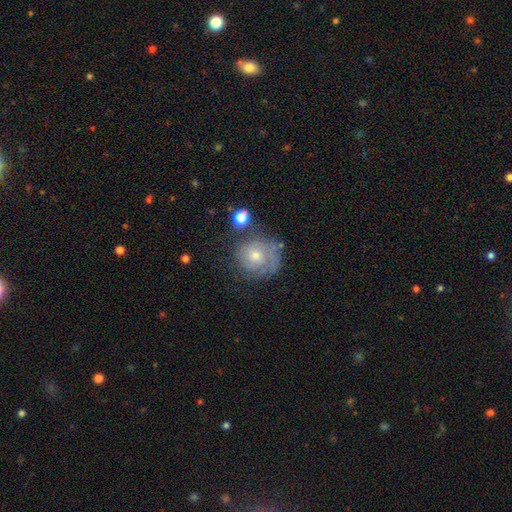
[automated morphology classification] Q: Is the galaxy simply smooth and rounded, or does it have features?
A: featured or disk — 64%.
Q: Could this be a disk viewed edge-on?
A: no — 97%.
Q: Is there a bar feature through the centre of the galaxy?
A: no — 80%.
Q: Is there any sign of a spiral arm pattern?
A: yes — 85%.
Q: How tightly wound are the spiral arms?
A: tight — 68%.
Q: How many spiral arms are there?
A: can't tell — 36%.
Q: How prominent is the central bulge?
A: moderate — 50%.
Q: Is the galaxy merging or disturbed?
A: none — 65%.